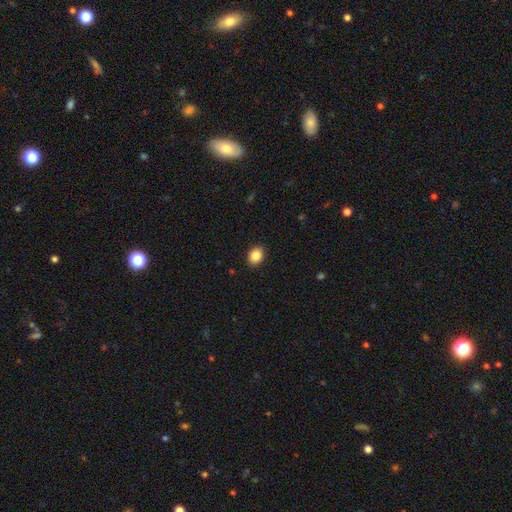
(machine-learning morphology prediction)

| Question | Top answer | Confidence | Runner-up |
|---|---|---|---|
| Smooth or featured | smooth | 86% | star or artifact (9%) |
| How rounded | in between | 55% | round (44%) |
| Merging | none | 91% | minor disturbance (7%) |